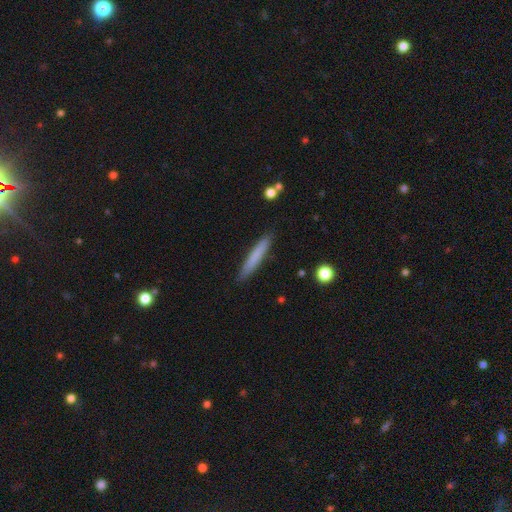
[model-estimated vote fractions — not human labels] Smooth or featured?
  - smooth: 74% *
  - featured or disk: 20%
  - star or artifact: 6%
How rounded?
  - cigar-shaped: 95% *
  - in between: 4%
  - round: 1%
Merging?
  - none: 90% *
  - minor disturbance: 7%
  - major disturbance: 1%
  - merger: 1%